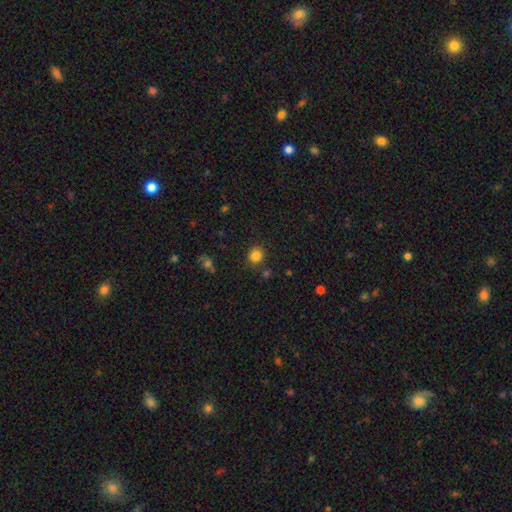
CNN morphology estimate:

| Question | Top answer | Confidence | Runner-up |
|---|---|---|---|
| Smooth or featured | smooth | 83% | star or artifact (13%) |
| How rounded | round | 86% | in between (13%) |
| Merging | none | 86% | minor disturbance (8%) |